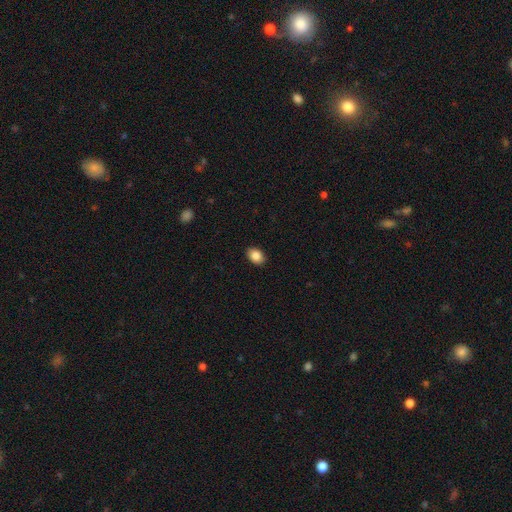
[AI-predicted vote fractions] smooth_or_featured: smooth (p=0.88) [alt: star or artifact p=0.08]
how_rounded: in between (p=0.77) [alt: round p=0.22]
merging: none (p=0.89) [alt: minor disturbance p=0.08]